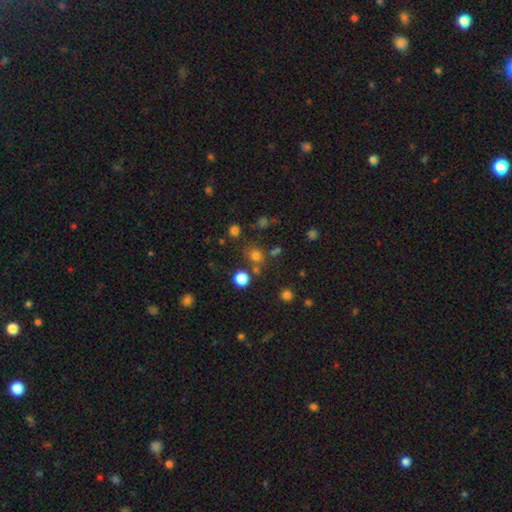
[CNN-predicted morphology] This appears to be a smooth galaxy with no disk features (72%) that is round (79%). Merging: none (73%).